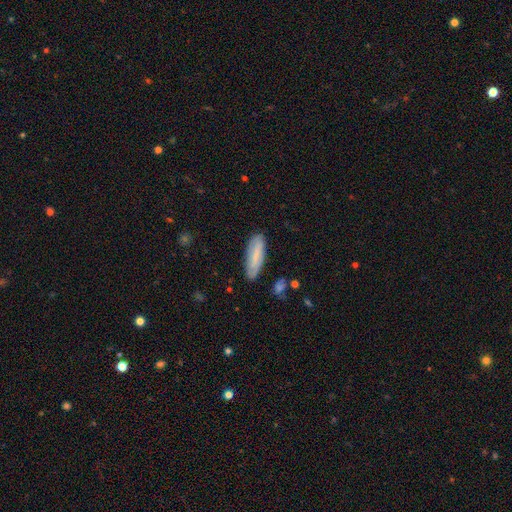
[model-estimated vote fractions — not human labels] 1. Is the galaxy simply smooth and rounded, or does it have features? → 68% smooth, 25% featured or disk, 7% star or artifact.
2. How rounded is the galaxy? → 49% in between (tied), 49% cigar-shaped (tied), 2% round.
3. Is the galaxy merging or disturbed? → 82% none, 13% minor disturbance, 3% major disturbance, 2% merger.